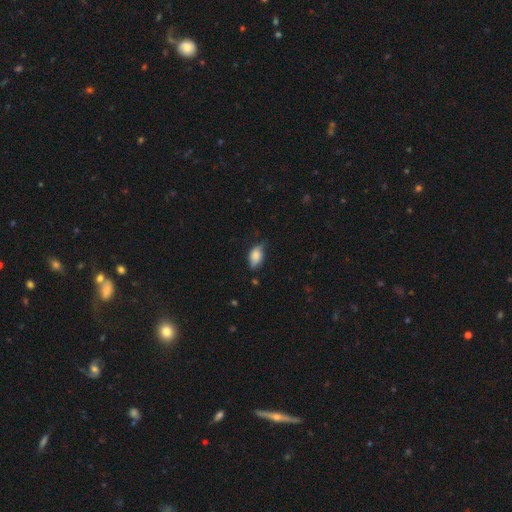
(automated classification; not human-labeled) Smooth or featured? smooth (78%)
How rounded? in between (90%)
Merging? none (52%)